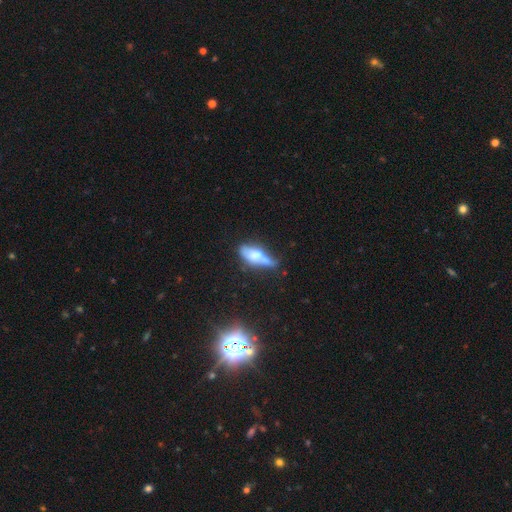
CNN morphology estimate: Smooth or featured? smooth (55%)
How rounded? in between (65%)
Merging? none (32%)